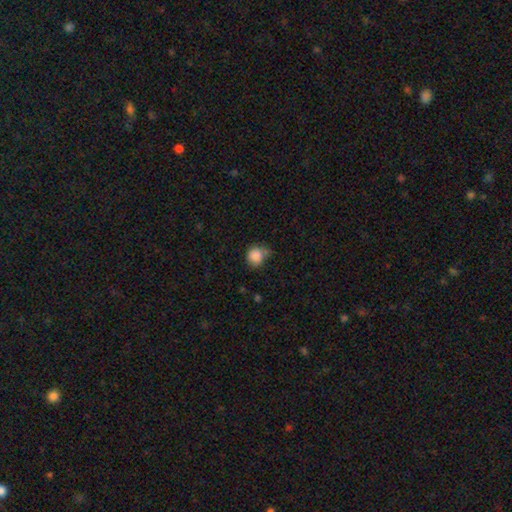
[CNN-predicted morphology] Q: Smooth or featured?
A: smooth (86%); runner-up: star or artifact (9%)
Q: How rounded?
A: round (82%); runner-up: in between (17%)
Q: Merging?
A: none (50%); runner-up: minor disturbance (33%)